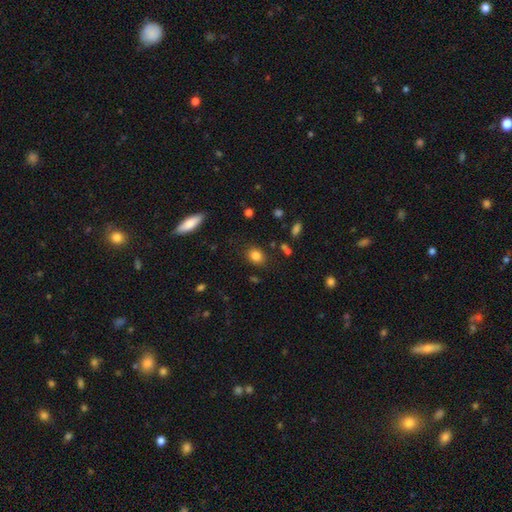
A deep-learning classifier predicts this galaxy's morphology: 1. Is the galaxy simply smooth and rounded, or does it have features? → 83% smooth, 11% star or artifact, 6% featured or disk.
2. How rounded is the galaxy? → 51% round, 48% in between, 1% cigar-shaped.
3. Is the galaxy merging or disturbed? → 83% none, 11% minor disturbance, 3% major disturbance, 3% merger.